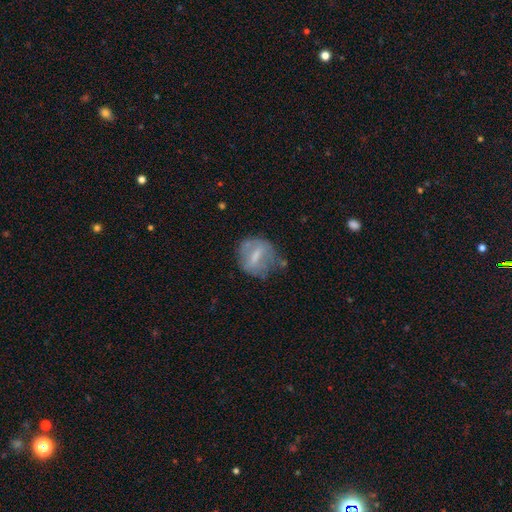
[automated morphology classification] Smooth or featured: smooth — 47% (featured or disk — 44%)
Merging: none — 50% (minor disturbance — 29%)